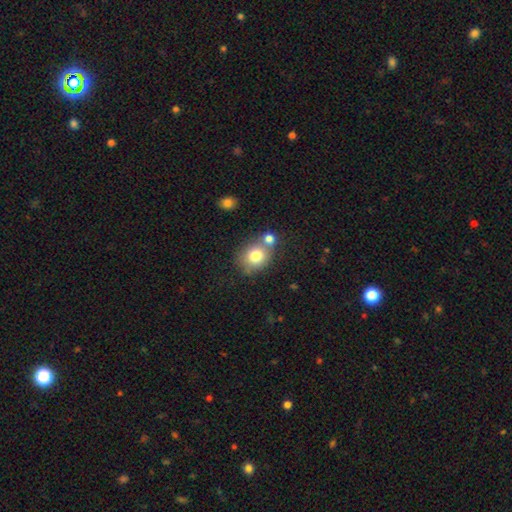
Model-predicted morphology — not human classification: Smooth or featured? smooth (78%)
How rounded? round (63%)
Merging? none (49%)